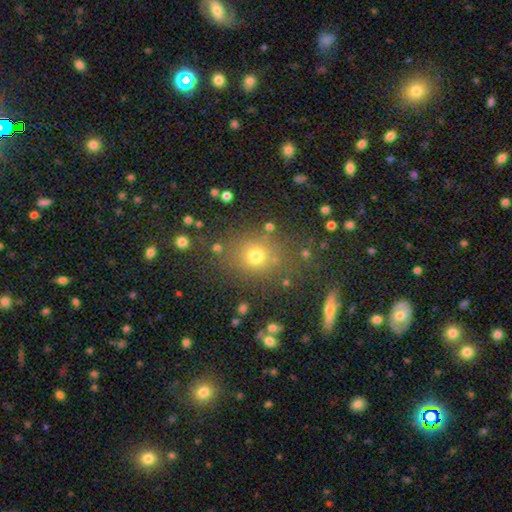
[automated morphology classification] A smooth galaxy with no disk features (68%) that is round (76%).

Vote fractions:
- Smooth or featured? smooth: 68% / star or artifact: 22% / featured or disk: 10%
- How rounded? round: 76% / in between: 22% / cigar-shaped: 2%
- Merging? none: 80% / minor disturbance: 10% / merger: 5% / major disturbance: 4%